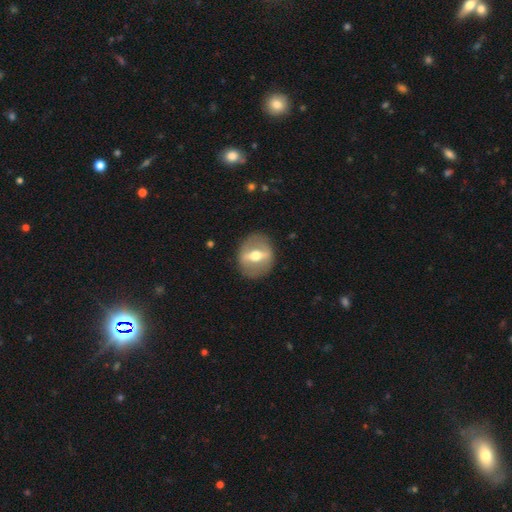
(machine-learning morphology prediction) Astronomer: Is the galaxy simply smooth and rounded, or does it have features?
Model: featured or disk — 69%.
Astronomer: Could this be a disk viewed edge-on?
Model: no — 73%.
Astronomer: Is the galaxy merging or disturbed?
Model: none — 85%.